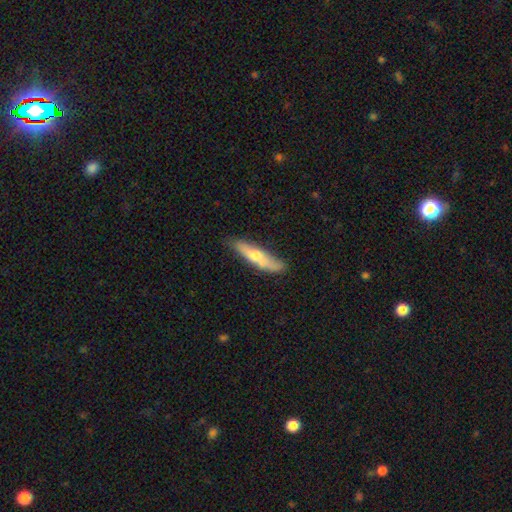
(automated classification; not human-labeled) A smooth galaxy with no disk features (50%) that is cigar-shaped (81%). Merging: none (69%).